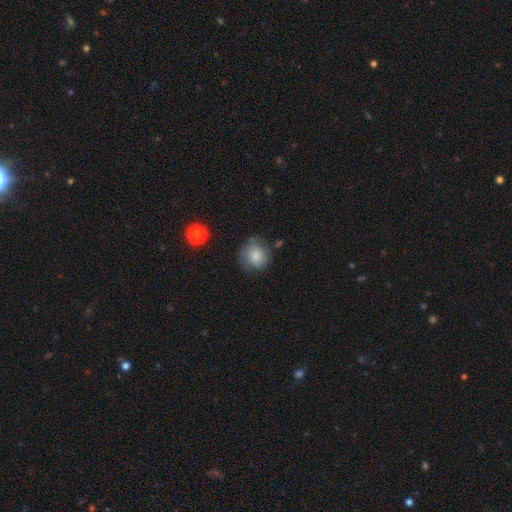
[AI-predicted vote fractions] The model was most divided on "merging": none: 63%, minor disturbance: 25%, major disturbance: 10%, merger: 2%. More confident: how rounded — round (81%); smooth or featured — smooth (72%).